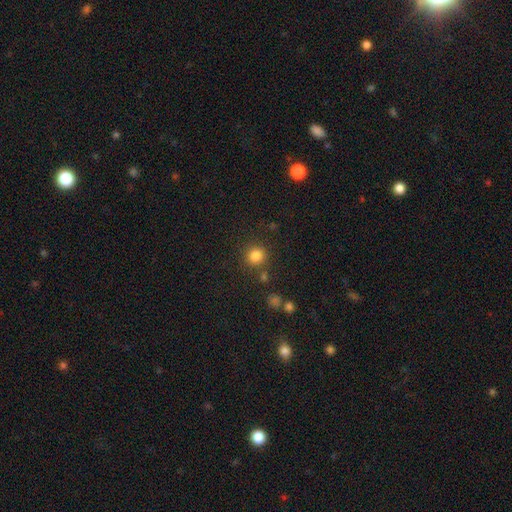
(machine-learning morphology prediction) This appears to be a smooth galaxy with no disk features (83%) that is round (89%). Merging: none (81%).